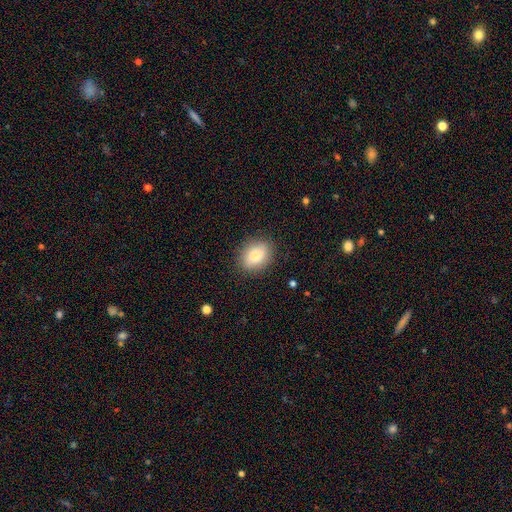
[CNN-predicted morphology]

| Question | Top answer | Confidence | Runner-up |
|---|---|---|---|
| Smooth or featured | smooth | 81% | featured or disk (11%) |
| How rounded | in between | 61% | round (38%) |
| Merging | none | 85% | minor disturbance (11%) |